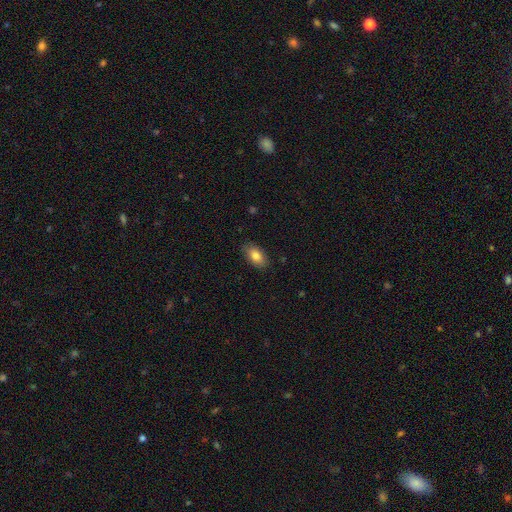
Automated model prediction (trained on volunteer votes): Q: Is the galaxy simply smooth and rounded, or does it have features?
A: smooth — 82%.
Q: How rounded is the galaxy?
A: in between — 93%.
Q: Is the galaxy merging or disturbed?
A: none — 85%.